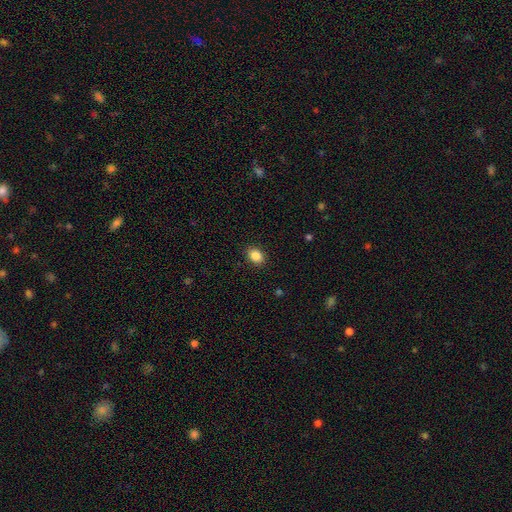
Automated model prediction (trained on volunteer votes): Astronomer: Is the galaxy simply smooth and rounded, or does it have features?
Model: smooth — 87%.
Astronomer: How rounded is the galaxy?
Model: in between — 69%.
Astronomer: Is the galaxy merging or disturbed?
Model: none — 89%.